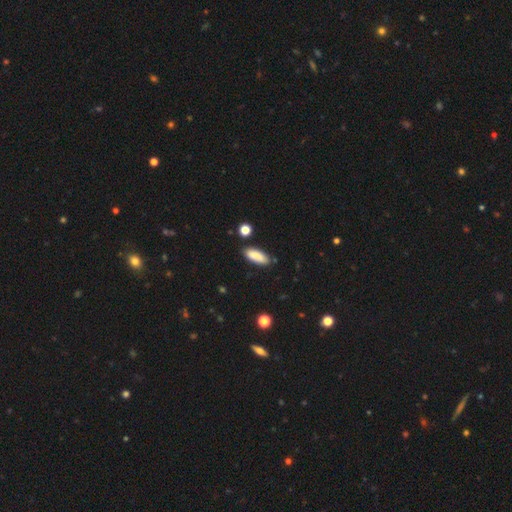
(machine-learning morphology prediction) Smooth or featured?
  - smooth: 87% *
  - star or artifact: 7%
  - featured or disk: 7%
How rounded?
  - in between: 69% *
  - cigar-shaped: 29%
  - round: 2%
Merging?
  - none: 80% *
  - minor disturbance: 14%
  - merger: 4%
  - major disturbance: 3%